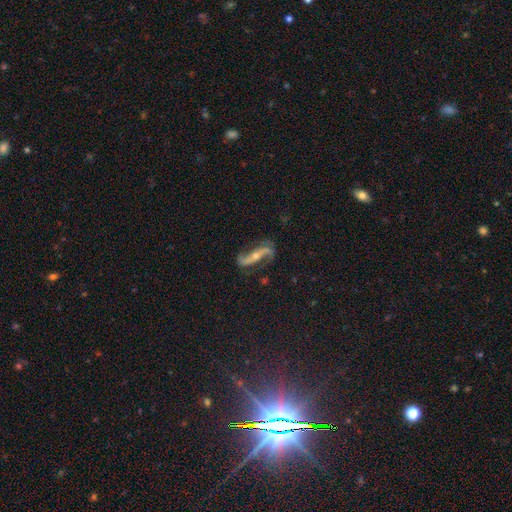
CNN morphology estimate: The model was most divided on "bar": no: 37%, strong: 35%, weak: 28%. Remaining: spiral arms — yes (95%); spiral arm count — 2 (93%); edge-on disk — no (89%); smooth or featured — featured or disk (85%); merging — none (72%); spiral winding — loose (67%); bulge size — small (49%).